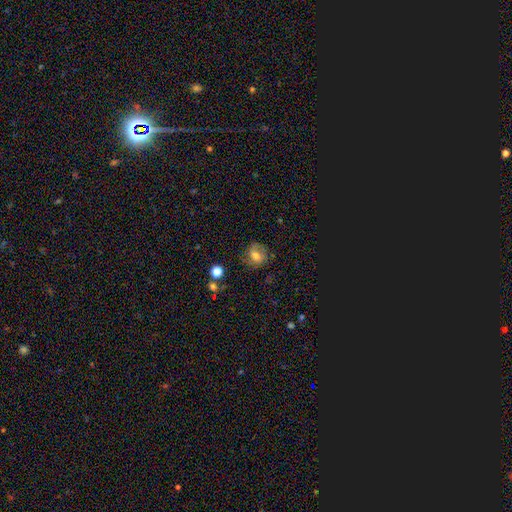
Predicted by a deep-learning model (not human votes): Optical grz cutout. It shows a smooth galaxy with no disk features (54%) that is round (68%). Merging: none (67%).